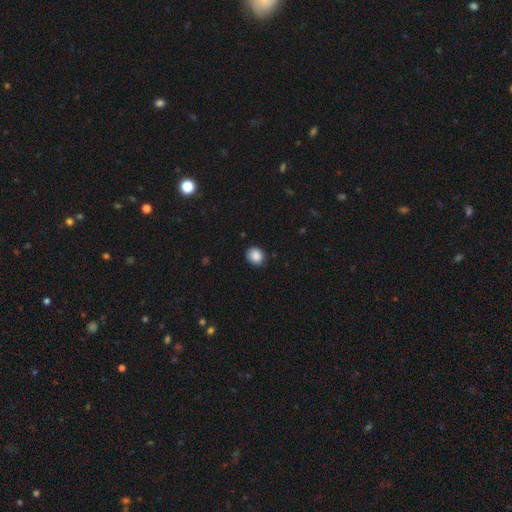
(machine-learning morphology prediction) This appears to be a smooth galaxy with no disk features (88%) that is round (78%). Merging: none (89%).